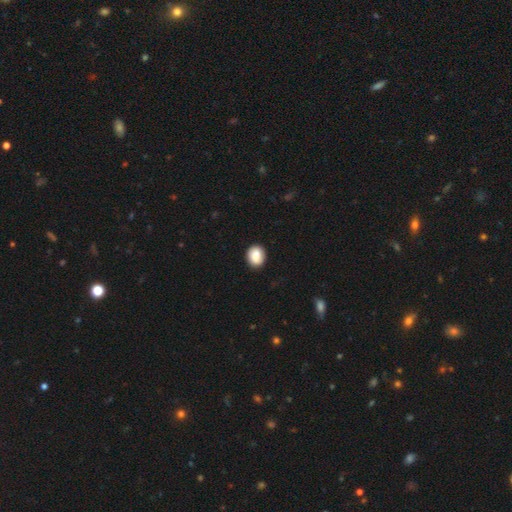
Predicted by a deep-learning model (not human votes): This is clearly a smooth galaxy (86%). How rounded: possibly round (58%). Merging: clearly none (88%).